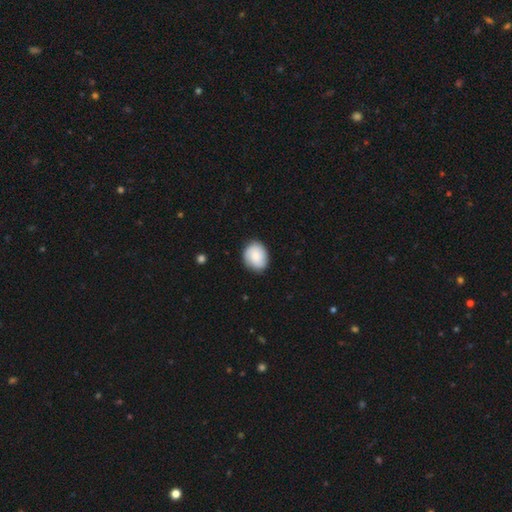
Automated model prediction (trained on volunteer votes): smooth 75%, featured or disk 19%, star or artifact 7%. Down the decision tree: how rounded — round (53%); merging — none (82%).